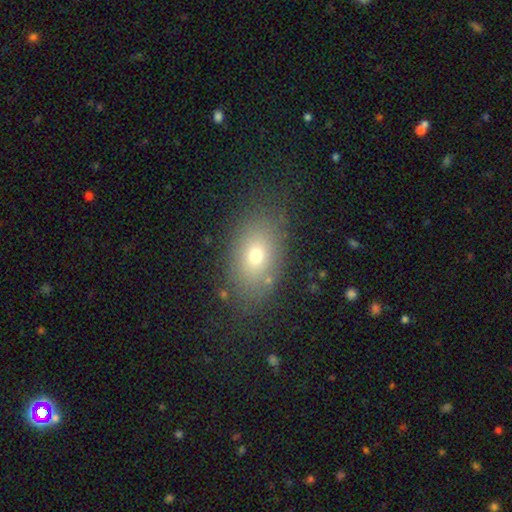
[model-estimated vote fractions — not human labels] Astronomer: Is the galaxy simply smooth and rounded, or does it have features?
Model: smooth — 70%.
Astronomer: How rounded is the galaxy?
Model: in between — 83%.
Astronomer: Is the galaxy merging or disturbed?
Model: none — 80%.